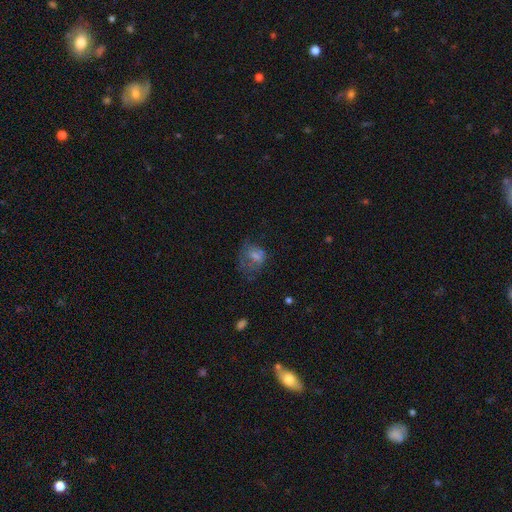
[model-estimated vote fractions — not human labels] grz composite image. It shows a smooth galaxy with no disk features (46%). Merging: none (38%).